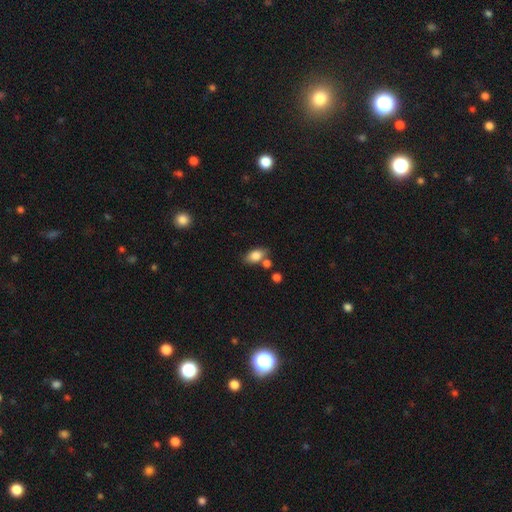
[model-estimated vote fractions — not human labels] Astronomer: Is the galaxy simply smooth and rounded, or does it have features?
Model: smooth — 82%.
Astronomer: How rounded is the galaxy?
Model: in between — 86%.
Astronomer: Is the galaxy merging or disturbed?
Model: none — 66%.